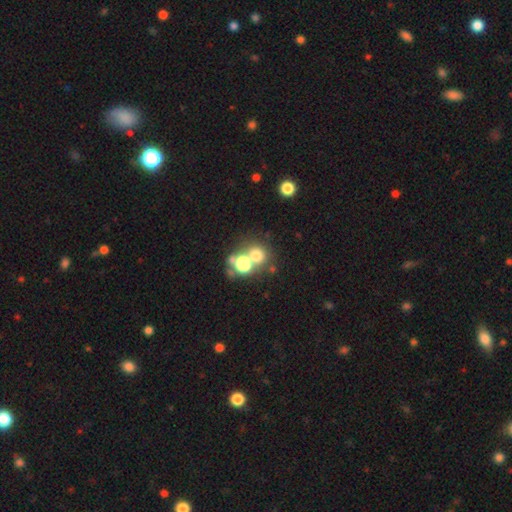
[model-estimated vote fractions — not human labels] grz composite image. It shows a smooth galaxy with no disk features (66%) that is round (82%). Merging: none (52%).